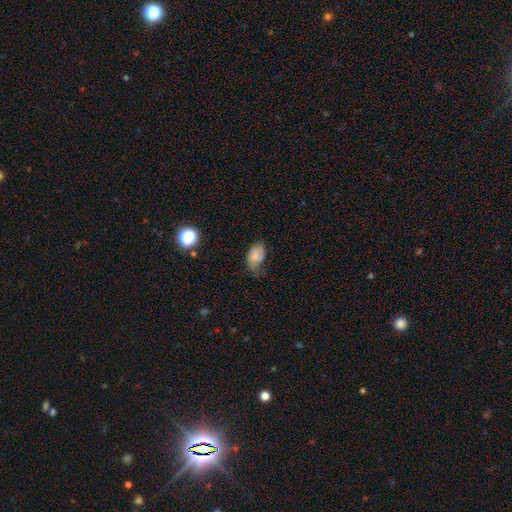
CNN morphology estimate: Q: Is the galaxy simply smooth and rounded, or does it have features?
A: smooth — 74%.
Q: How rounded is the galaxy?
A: in between — 88%.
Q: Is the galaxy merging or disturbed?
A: minor disturbance — 39%, tied with none.